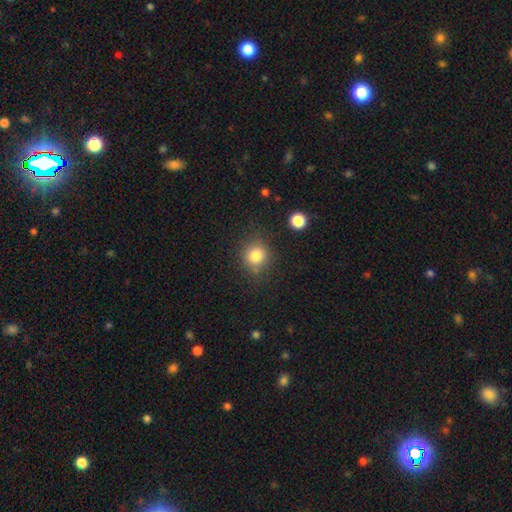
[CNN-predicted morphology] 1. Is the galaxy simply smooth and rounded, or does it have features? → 81% smooth, 12% star or artifact, 7% featured or disk.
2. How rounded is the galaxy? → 85% round, 14% in between, 1% cigar-shaped.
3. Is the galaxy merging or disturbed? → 80% none, 12% minor disturbance, 4% major disturbance, 4% merger.